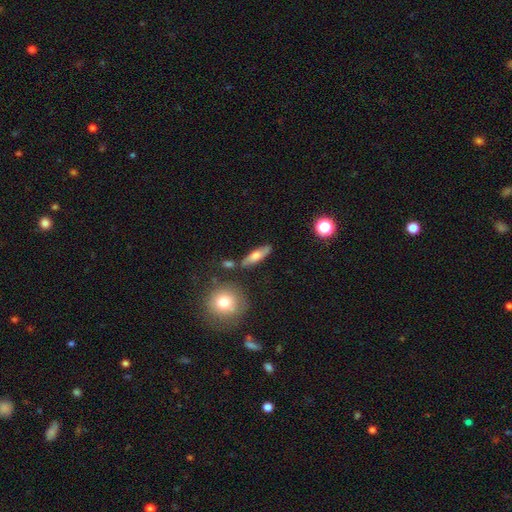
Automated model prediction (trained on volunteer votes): The model was most divided on "smooth or featured": smooth: 55%, featured or disk: 37%, star or artifact: 8%. More confident: merging — none (79%); how rounded — cigar-shaped (58%).